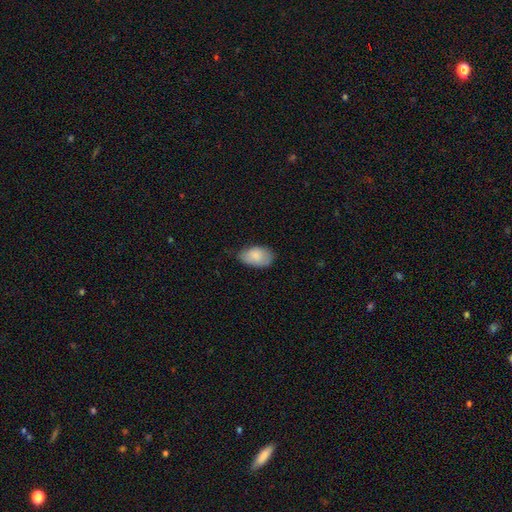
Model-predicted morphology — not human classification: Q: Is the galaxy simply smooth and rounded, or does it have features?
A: smooth — 85%.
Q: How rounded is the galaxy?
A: in between — 93%.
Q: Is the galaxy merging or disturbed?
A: none — 62%.